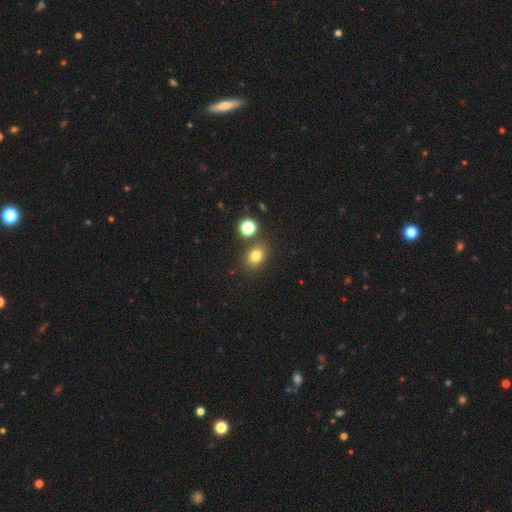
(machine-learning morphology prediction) smooth 78%, star or artifact 14%, featured or disk 8%. Down the decision tree: how rounded — in between (56%); merging — none (78%).